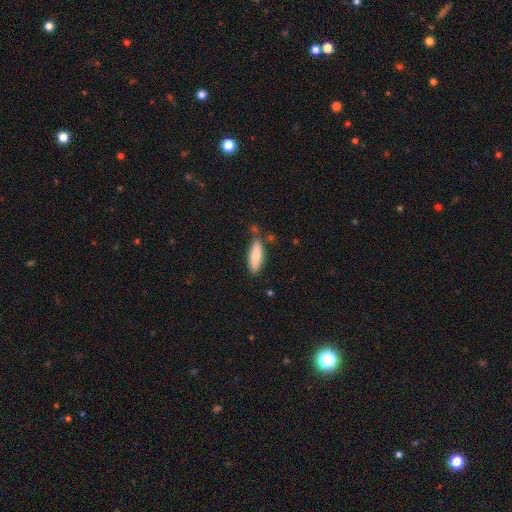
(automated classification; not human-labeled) A smooth galaxy with no disk features (77%) that is in between round and cigar-shaped (63%). Merging: none (72%).